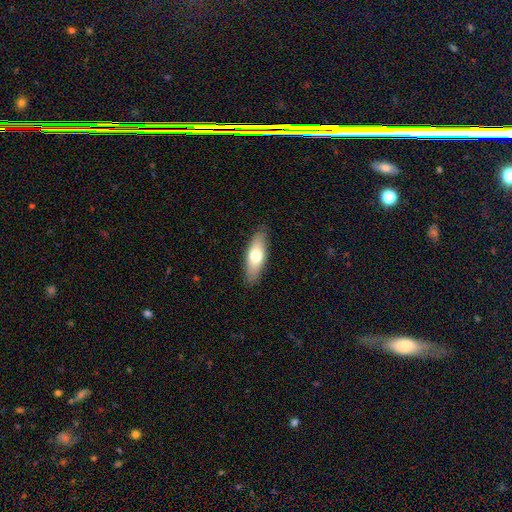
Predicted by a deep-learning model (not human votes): Overall: smooth (67%; featured or disk 27%). How rounded: in between (63%; cigar-shaped 34%). Merging: none (87%).